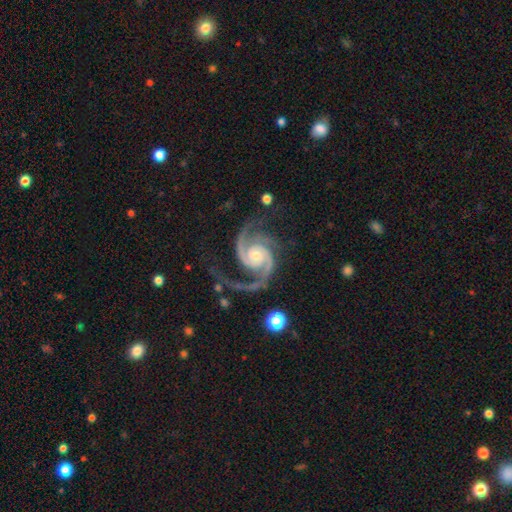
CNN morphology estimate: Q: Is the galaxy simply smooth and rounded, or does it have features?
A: featured or disk — 94%.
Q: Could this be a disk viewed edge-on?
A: no — 98%.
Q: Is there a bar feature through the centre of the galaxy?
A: no — 69%.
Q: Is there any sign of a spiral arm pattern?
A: yes — 99%.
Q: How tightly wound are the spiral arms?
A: medium — 53%.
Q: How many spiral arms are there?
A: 2 — 66%.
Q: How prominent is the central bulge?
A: small — 51%.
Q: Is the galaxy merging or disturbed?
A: none — 61%.